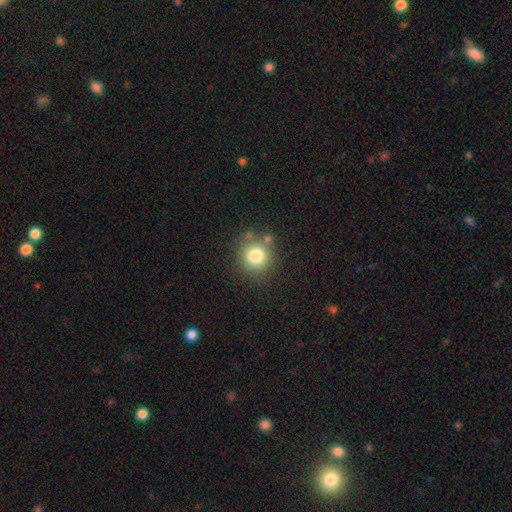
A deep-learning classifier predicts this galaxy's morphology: This appears to be a smooth galaxy with no disk features (79%) that is round (91%). Merging: none (78%).